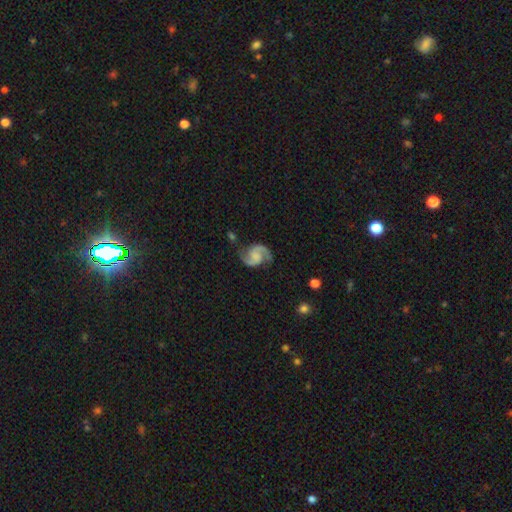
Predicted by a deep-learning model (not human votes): The model was most divided on "bar": no: 51%, weak: 38%, strong: 11%. Remaining: edge-on disk — no (98%); spiral arms — yes (98%); spiral arm count — 2 (94%); smooth or featured — featured or disk (91%); merging — none (79%); spiral winding — medium (60%); bulge size — none (43%).